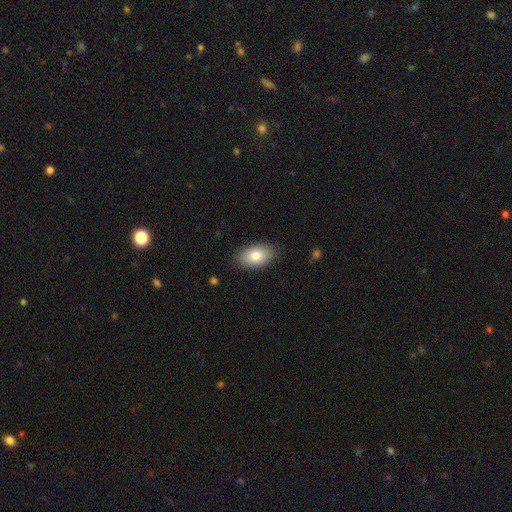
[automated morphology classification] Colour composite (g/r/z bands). It shows a smooth galaxy with no disk features (81%) that is in between round and cigar-shaped (92%). Merging: none (87%).